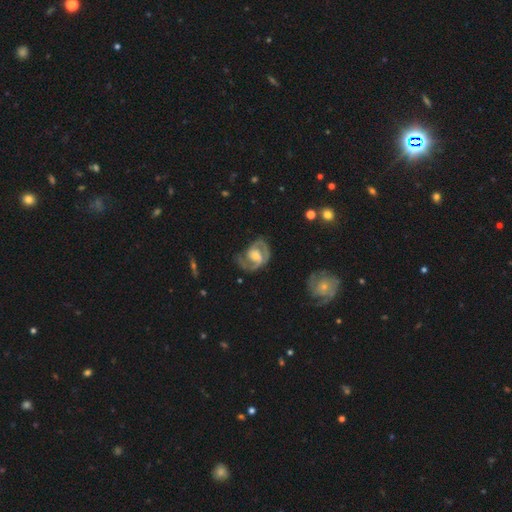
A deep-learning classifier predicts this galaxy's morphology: smooth-or-featured: featured or disk: 85% | smooth: 10% | star or artifact: 5%
  disk-edge-on: no: 97% | yes: 3%
    bar: weak: 43% | no: 39% | strong: 18%
    has-spiral-arms: yes: 93% | no: 7%
      spiral-winding: medium: 51% | tight: 35% | loose: 13%
      spiral-arm-count: 2: 82% | can't tell: 6% | 1: 6% | 3: 3% | 4: 1% | more than 4: 1%
    bulge-size: moderate: 44% | small: 43% | large: 7% | none: 5% | dominant: 1%
  merging: none: 65% | minor disturbance: 20% | major disturbance: 13% | merger: 2%